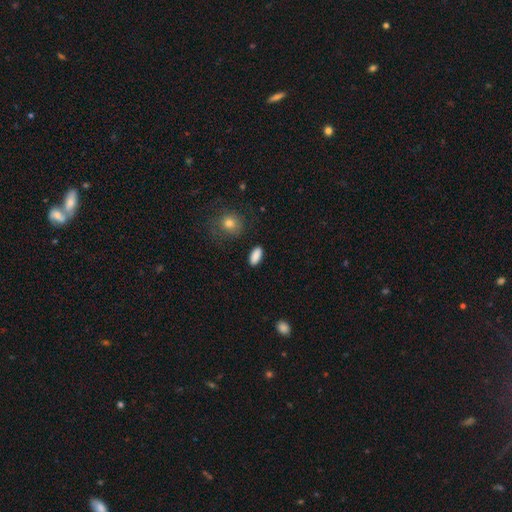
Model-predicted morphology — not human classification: Q: Smooth or featured?
A: smooth (89%); runner-up: star or artifact (7%)
Q: How rounded?
A: in between (86%); runner-up: cigar-shaped (11%)
Q: Merging?
A: none (88%); runner-up: minor disturbance (8%)